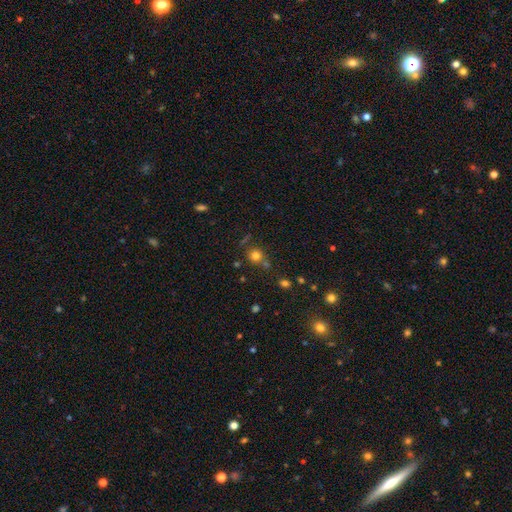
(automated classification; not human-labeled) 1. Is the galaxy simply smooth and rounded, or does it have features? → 75% smooth, 17% star or artifact, 8% featured or disk.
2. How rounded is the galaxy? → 91% round, 8% in between, 1% cigar-shaped.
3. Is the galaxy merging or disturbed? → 69% none, 16% merger, 11% minor disturbance, 4% major disturbance.